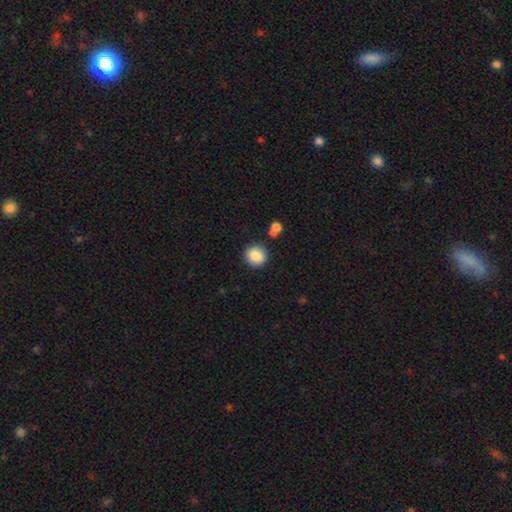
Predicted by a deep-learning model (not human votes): smooth_or_featured: smooth (p=0.87) [alt: star or artifact p=0.08]
how_rounded: round (p=0.92) [alt: in between p=0.07]
merging: none (p=0.84) [alt: minor disturbance p=0.08]